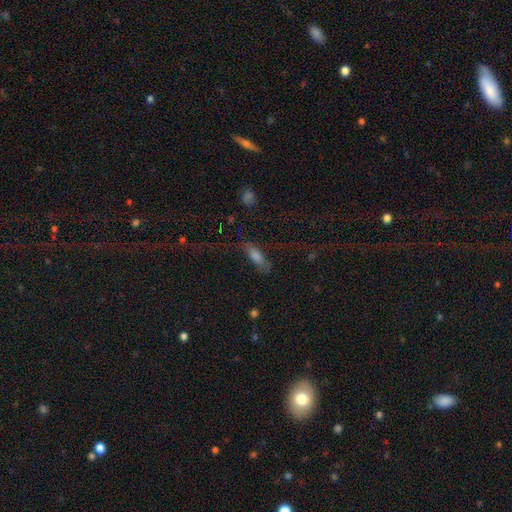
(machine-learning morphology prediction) Smooth or featured? Predicted: smooth (p=0.62). How rounded? Predicted: in between (p=0.50). Merging? Predicted: none (p=0.60).